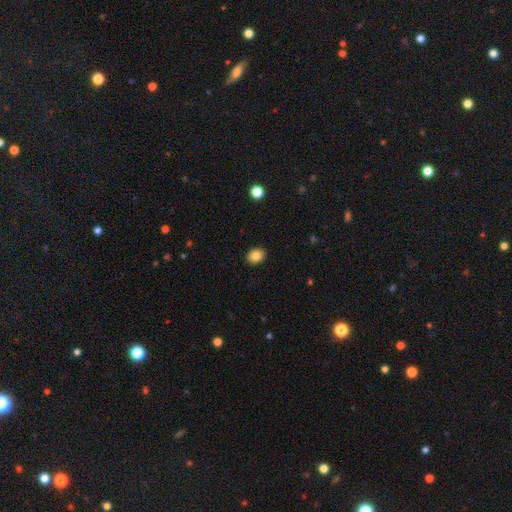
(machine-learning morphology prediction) This is clearly a smooth galaxy (83%). How rounded: possibly round (52%). Merging: clearly none (91%).